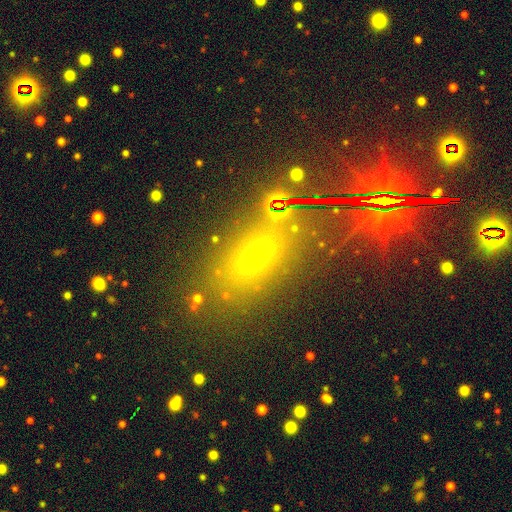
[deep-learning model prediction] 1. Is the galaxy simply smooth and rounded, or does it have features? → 44% smooth, 41% star or artifact, 15% featured or disk.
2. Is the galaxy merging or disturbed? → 77% none, 11% minor disturbance, 6% major disturbance, 6% merger.